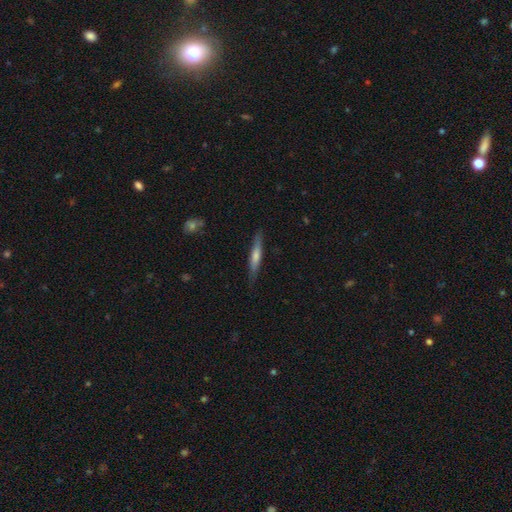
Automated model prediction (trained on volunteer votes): Smooth or featured? featured or disk (55%)
Edge-on disk? yes (94%)
Edge-on bulge? rounded (63%)
Merging? none (86%)